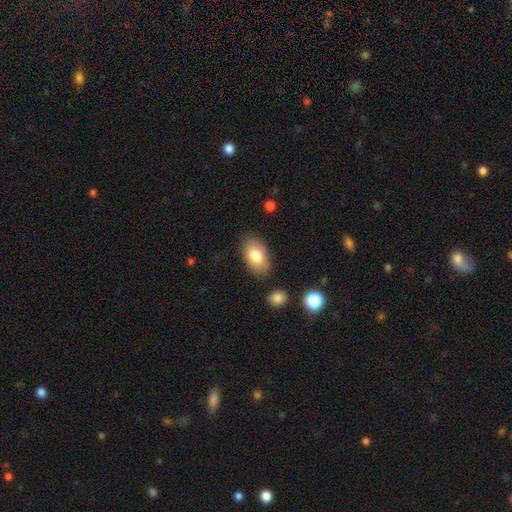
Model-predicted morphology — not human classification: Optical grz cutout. It shows a smooth galaxy with no disk features (82%) that is in between round and cigar-shaped (93%). Merging: none (82%).